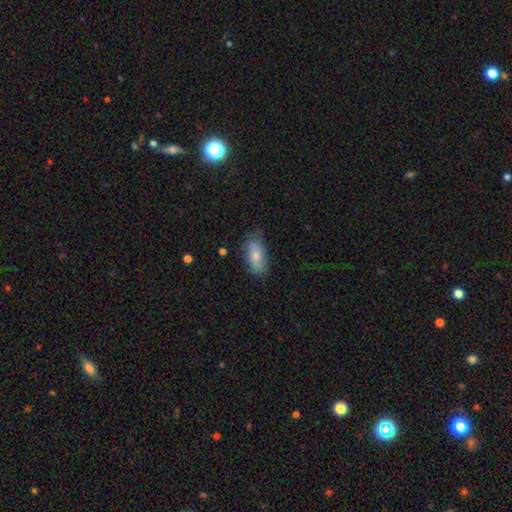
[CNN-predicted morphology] Smooth or featured? Predicted: smooth (p=0.77). How rounded? Predicted: in between (p=0.89). Merging? Predicted: none (p=0.67).